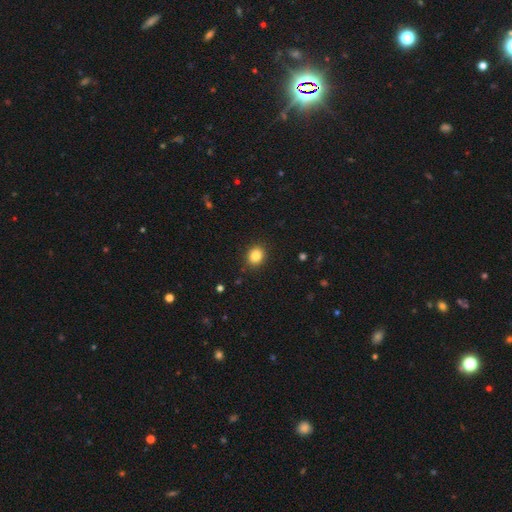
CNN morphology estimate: Smooth or featured? smooth (85%)
How rounded? round (62%)
Merging? none (89%)